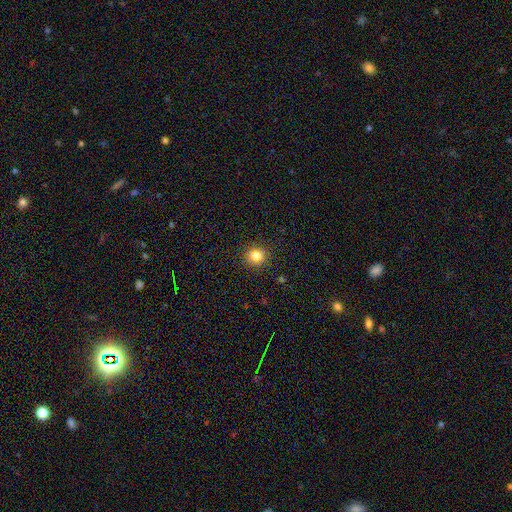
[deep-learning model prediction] This appears to be a smooth galaxy with no disk features (82%) that is round (88%). Merging: none (91%).